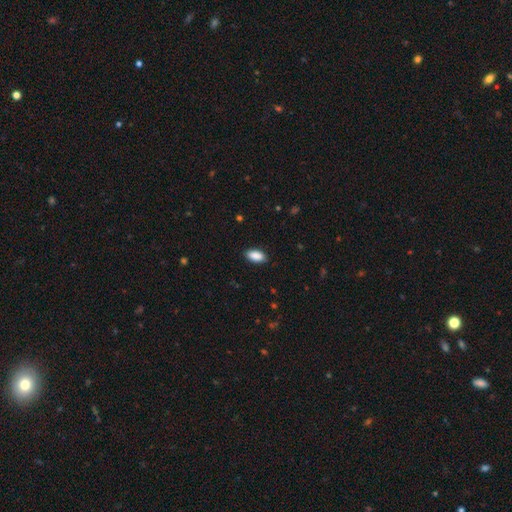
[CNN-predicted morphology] This appears to be a smooth galaxy with no disk features (90%) that is in between round and cigar-shaped (93%). Merging: none (88%).